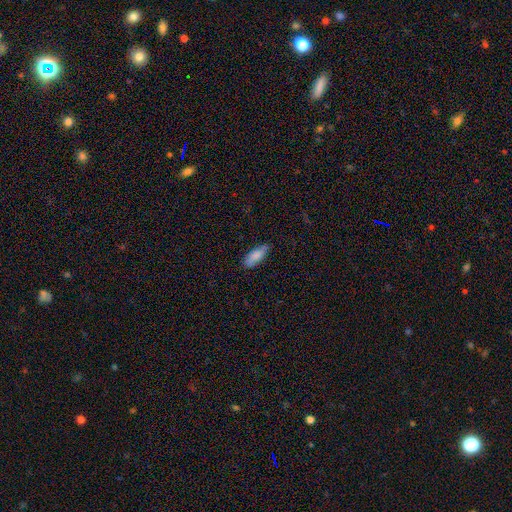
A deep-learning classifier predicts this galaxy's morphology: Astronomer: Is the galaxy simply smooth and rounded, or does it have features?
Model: smooth — 83%.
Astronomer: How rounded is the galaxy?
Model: in between — 73%.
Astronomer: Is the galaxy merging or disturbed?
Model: none — 72%.